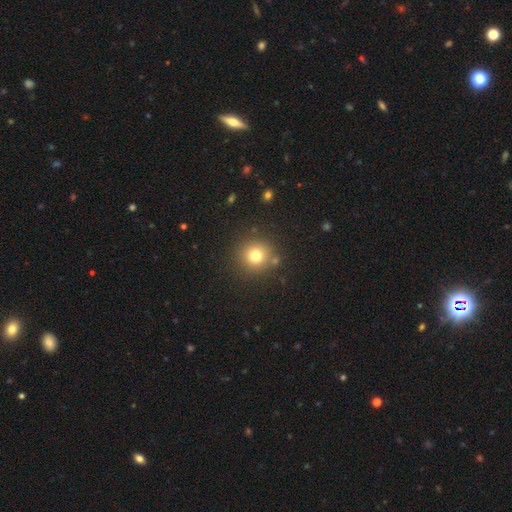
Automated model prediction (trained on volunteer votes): smooth_or_featured: smooth (p=0.76) [alt: star or artifact p=0.15]
how_rounded: round (p=0.93) [alt: in between p=0.06]
merging: none (p=0.85) [alt: minor disturbance p=0.08]